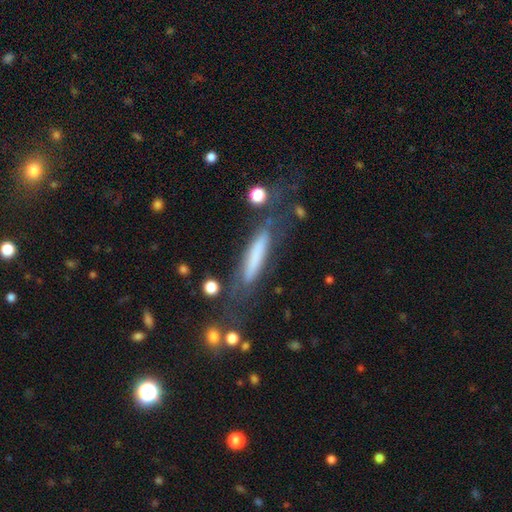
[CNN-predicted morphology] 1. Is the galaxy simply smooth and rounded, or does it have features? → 61% smooth, 30% featured or disk, 9% star or artifact.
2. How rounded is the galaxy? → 86% cigar-shaped, 12% in between, 2% round.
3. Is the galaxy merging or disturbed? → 63% none, 19% minor disturbance, 12% major disturbance, 5% merger.